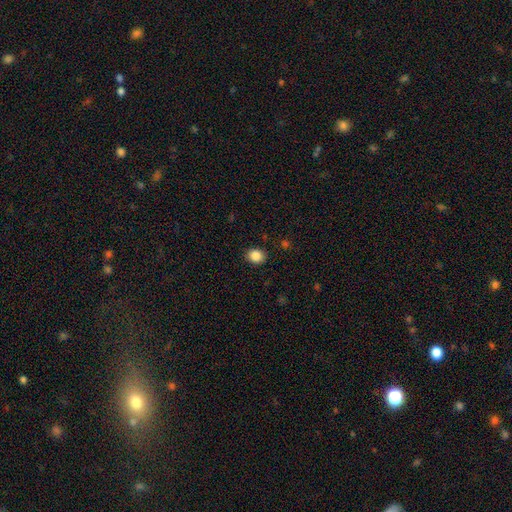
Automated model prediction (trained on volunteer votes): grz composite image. It shows a smooth galaxy with no disk features (87%) that is round (59%). Merging: none (89%).